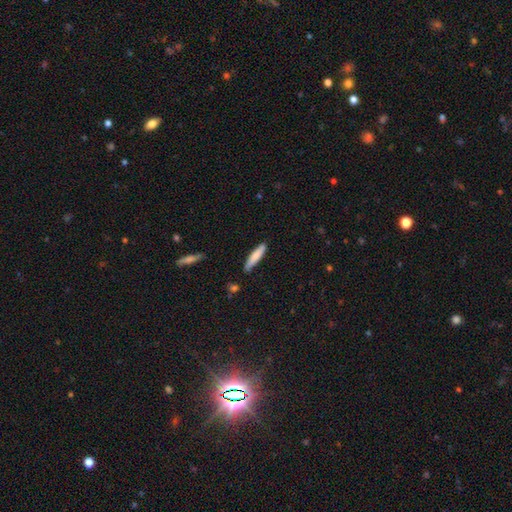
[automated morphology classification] Smooth or featured? Predicted: smooth (p=0.78). How rounded? Predicted: cigar-shaped (p=0.85). Merging? Predicted: none (p=0.83).